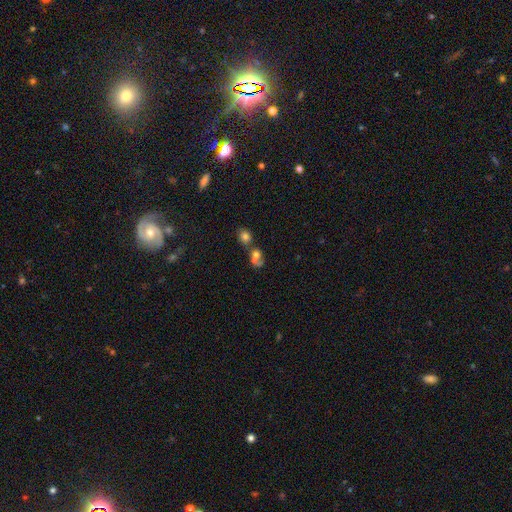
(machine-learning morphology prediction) The model was most divided on "merging": merger: 57%, none: 29%, minor disturbance: 8%, major disturbance: 7%. More confident: how rounded — round (69%); smooth or featured — smooth (63%).